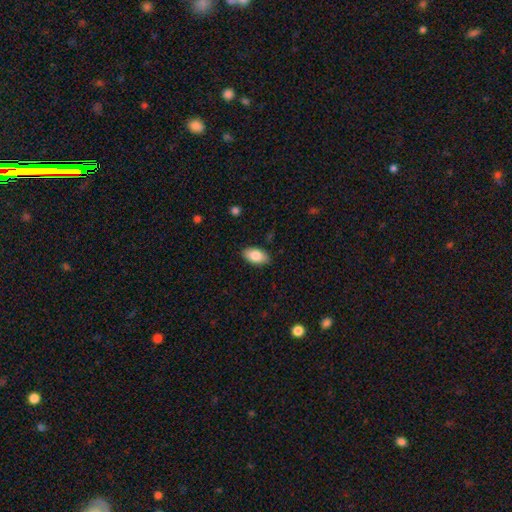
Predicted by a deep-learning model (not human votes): A smooth galaxy with no disk features (84%) that is in between round and cigar-shaped (94%). Merging: none (86%).